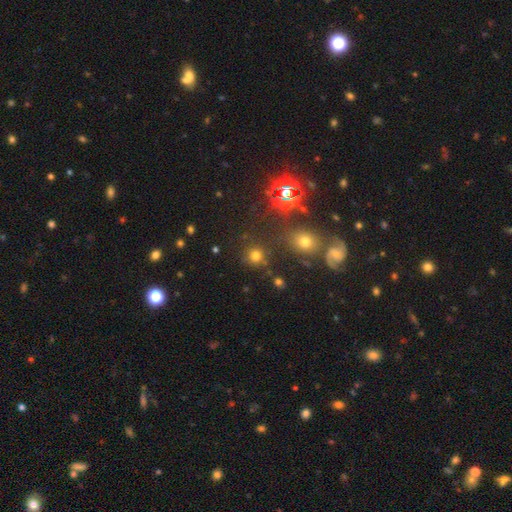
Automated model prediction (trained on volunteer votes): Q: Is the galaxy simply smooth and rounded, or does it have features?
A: smooth — 68%.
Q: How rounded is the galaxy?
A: round — 91%.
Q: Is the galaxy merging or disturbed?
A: none — 81%.